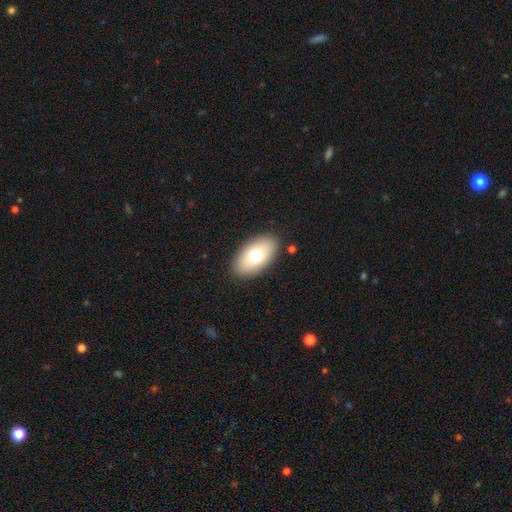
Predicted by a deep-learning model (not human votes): smooth_or_featured: smooth (p=0.71) [alt: featured or disk p=0.21]
how_rounded: in between (p=0.93) [alt: round p=0.05]
merging: none (p=0.87) [alt: minor disturbance p=0.09]